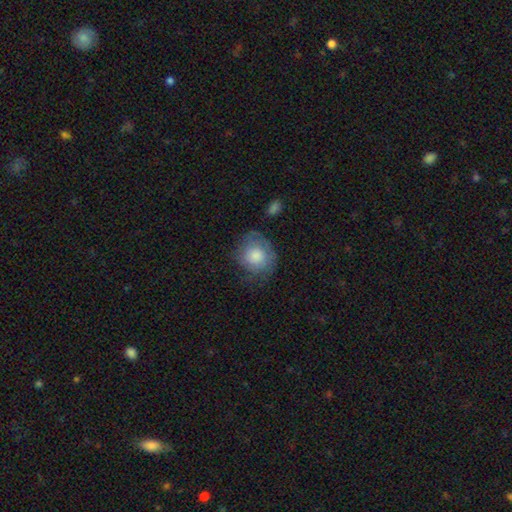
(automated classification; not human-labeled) This is likely a smooth galaxy (66%). How rounded: likely round (79%). Merging: likely none (61%).